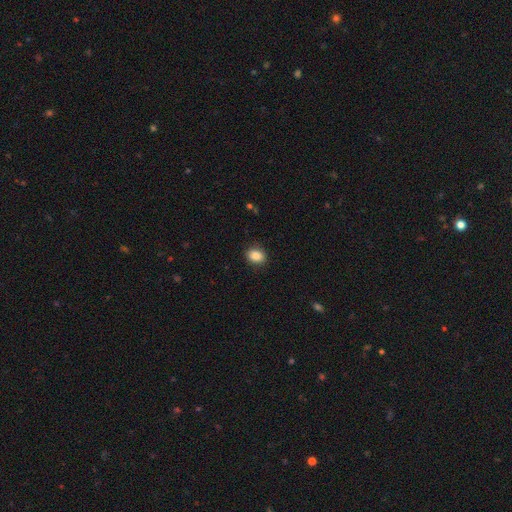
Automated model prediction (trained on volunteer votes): Smooth or featured? Predicted: smooth (p=0.86). How rounded? Predicted: in between (p=0.55). Merging? Predicted: none (p=0.89).